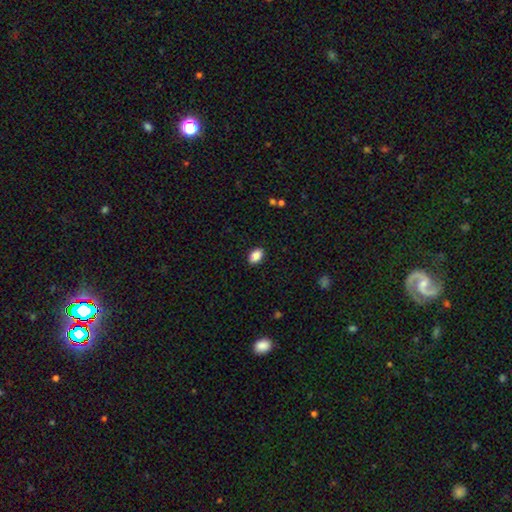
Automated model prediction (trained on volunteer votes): This appears to be a smooth galaxy with no disk features (87%) that is in between round and cigar-shaped (87%). Merging: none (90%).